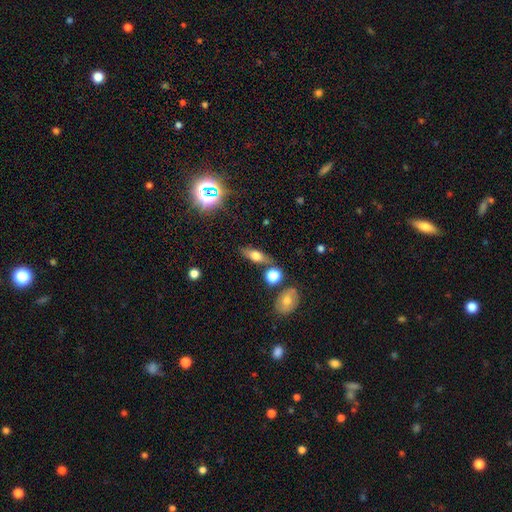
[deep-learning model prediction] Smooth or featured: smooth — 56% (featured or disk — 30%)
How rounded: in between — 61% (cigar-shaped — 29%)
Merging: none — 75% (minor disturbance — 13%)